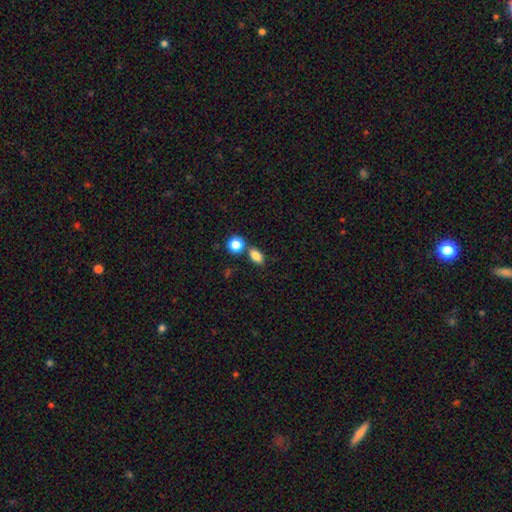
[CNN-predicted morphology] smooth-or-featured: smooth: 82% | star or artifact: 10% | featured or disk: 7%
  how-rounded: in between: 80% | round: 16% | cigar-shaped: 4%
  merging: none: 68% | merger: 17% | minor disturbance: 11% | major disturbance: 3%